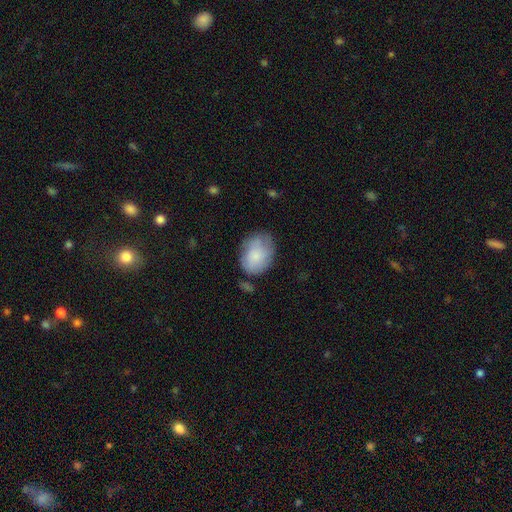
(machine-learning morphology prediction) A smooth galaxy with no disk features (76%) that is in between round and cigar-shaped (75%).

Vote fractions:
- Smooth or featured? smooth: 76% / featured or disk: 17% / star or artifact: 7%
- How rounded? in between: 75% / round: 24% / cigar-shaped: 1%
- Merging? none: 58% / minor disturbance: 28% / major disturbance: 9% / merger: 5%